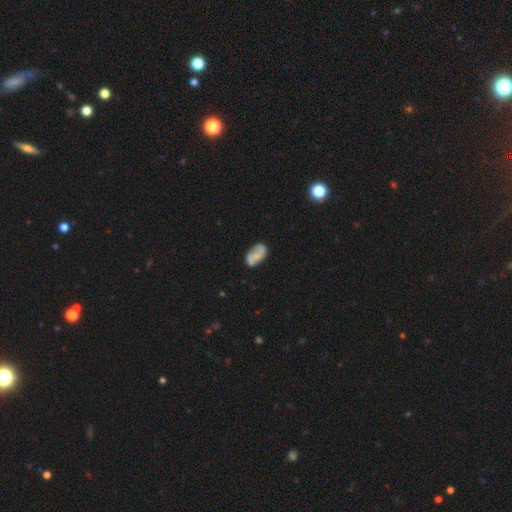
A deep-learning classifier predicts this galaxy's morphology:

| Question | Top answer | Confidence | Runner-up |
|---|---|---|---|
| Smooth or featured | smooth | 50% | featured or disk (42%) |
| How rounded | in between | 91% | round (6%) |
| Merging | none | 52% | minor disturbance (24%) |